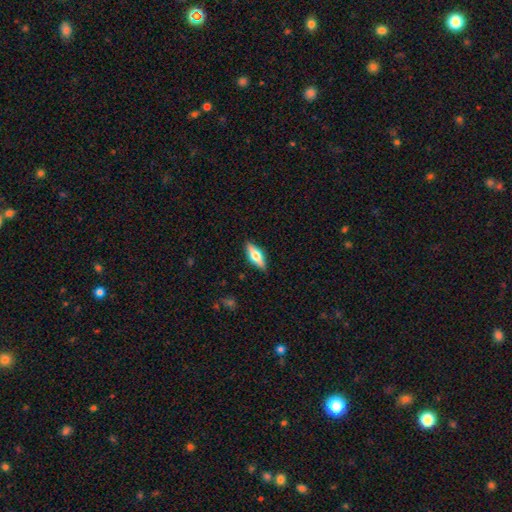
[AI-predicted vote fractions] A featured or disk galaxy (49%). Merging: none (88%).